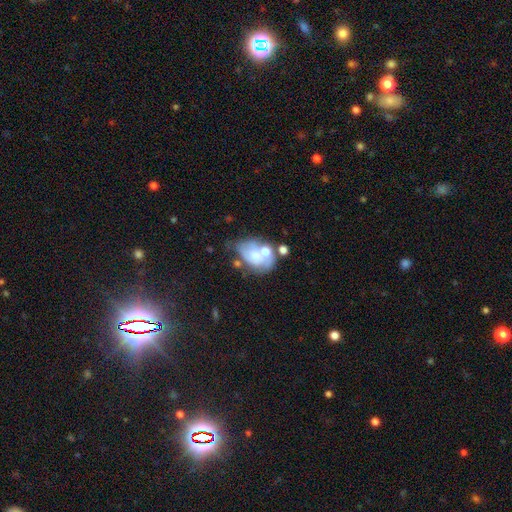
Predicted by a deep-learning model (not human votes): Smooth or featured? Predicted: smooth (p=0.48). Merging? Predicted: none (p=0.28).